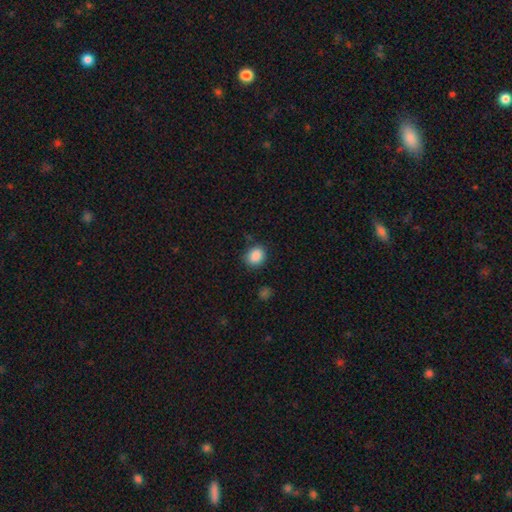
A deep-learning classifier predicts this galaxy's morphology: The model was most divided on "how rounded": round: 61%, in between: 39%, cigar-shaped: 1%. More confident: smooth or featured — smooth (88%); merging — none (80%).